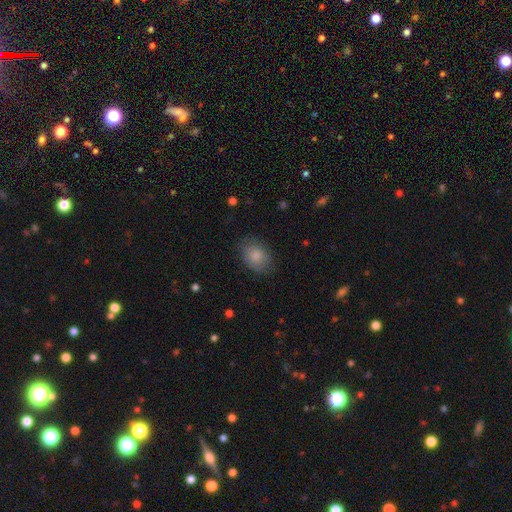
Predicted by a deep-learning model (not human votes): smooth 84%, featured or disk 9%, star or artifact 7%. Down the decision tree: how rounded — in between (75%); merging — none (77%).